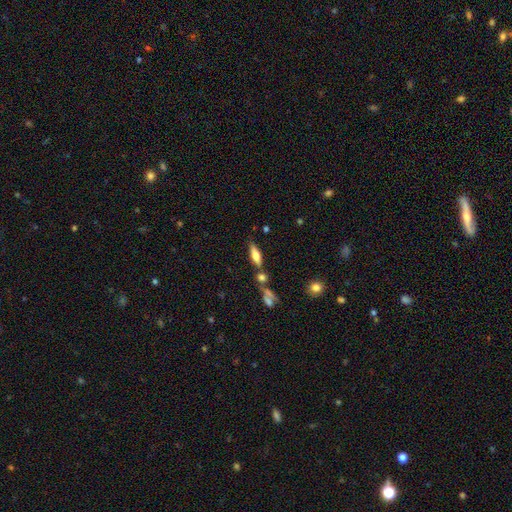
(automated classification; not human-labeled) Smooth or featured?
  - smooth: 52% *
  - featured or disk: 39%
  - star or artifact: 9%
How rounded?
  - in between: 49% *
  - cigar-shaped: 47%
  - round: 3%
Merging?
  - none: 65% *
  - merger: 17%
  - minor disturbance: 13%
  - major disturbance: 5%